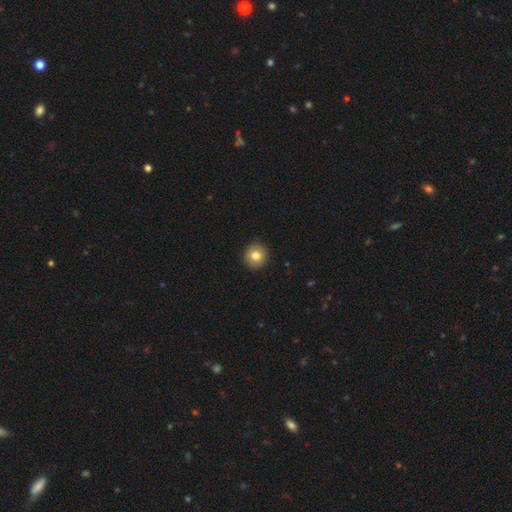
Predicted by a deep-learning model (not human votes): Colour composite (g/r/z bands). It shows a smooth galaxy with no disk features (82%) that is round (93%). Merging: none (93%).